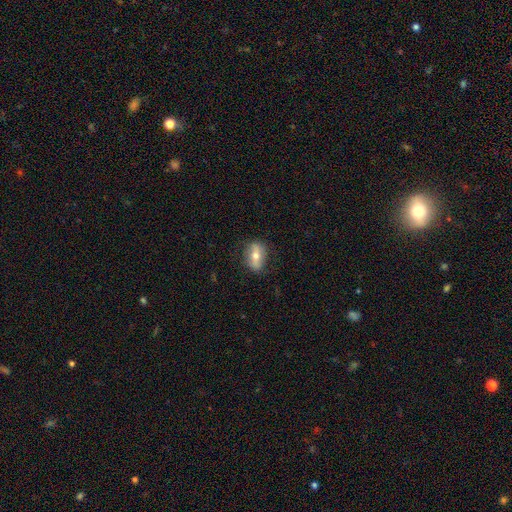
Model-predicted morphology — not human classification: Smooth or featured? Predicted: featured or disk (p=0.49). Merging? Predicted: none (p=0.80).